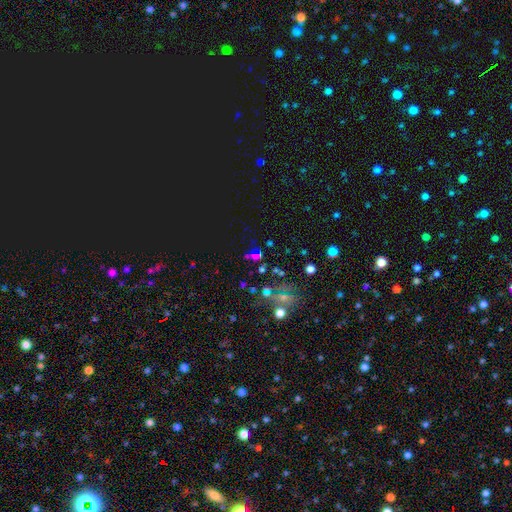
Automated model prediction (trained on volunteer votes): Smooth or featured?
  - star or artifact: 53% *
  - smooth: 33%
  - featured or disk: 14%